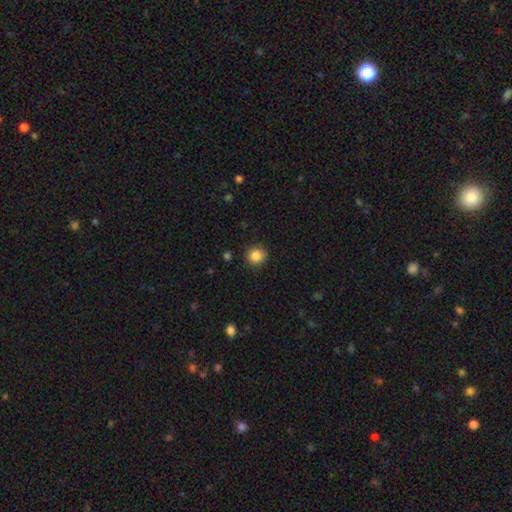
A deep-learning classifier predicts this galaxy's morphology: smooth 85%, star or artifact 10%, featured or disk 5%. Down the decision tree: how rounded — round (91%); merging — none (90%).